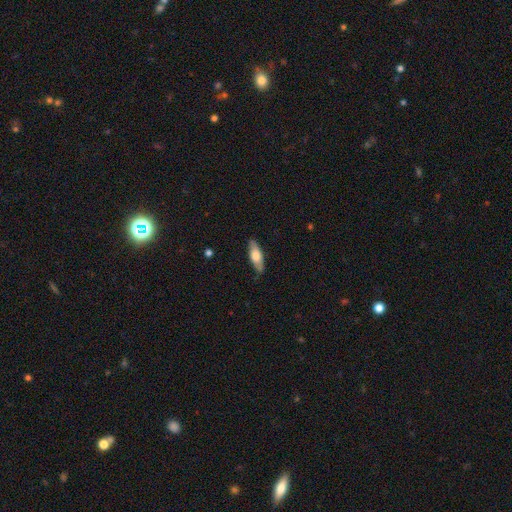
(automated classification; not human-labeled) Q: Smooth or featured?
A: smooth (61%); runner-up: featured or disk (33%)
Q: How rounded?
A: in between (61%); runner-up: cigar-shaped (36%)
Q: Merging?
A: none (83%); runner-up: minor disturbance (14%)